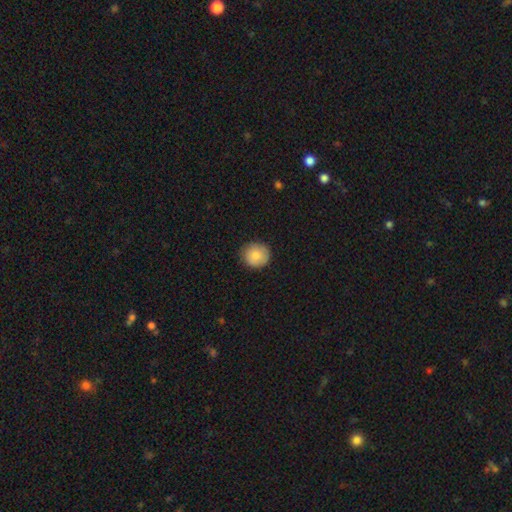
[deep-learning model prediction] smooth-or-featured: smooth: 83% | featured or disk: 10% | star or artifact: 7%
  how-rounded: round: 91% | in between: 8% | cigar-shaped: 1%
  merging: none: 86% | minor disturbance: 11% | major disturbance: 2% | merger: 1%